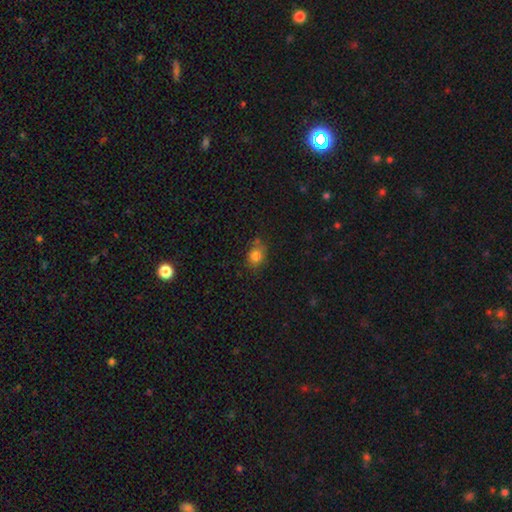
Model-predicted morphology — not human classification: This is clearly a smooth galaxy (80%). How rounded: possibly round (56%). Merging: likely none (67%).